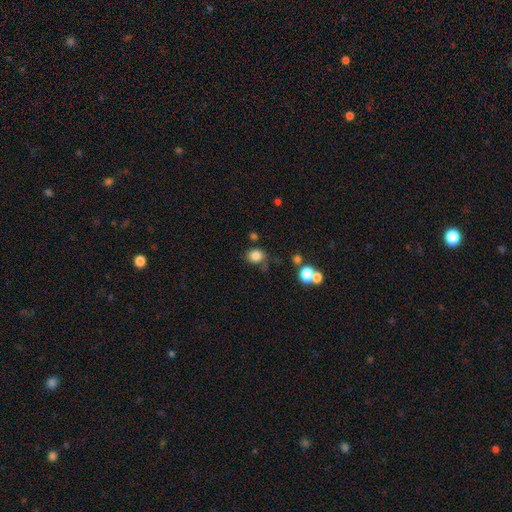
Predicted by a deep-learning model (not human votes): Overall: smooth (82%). How rounded: round (70%). Merging: none (65%).